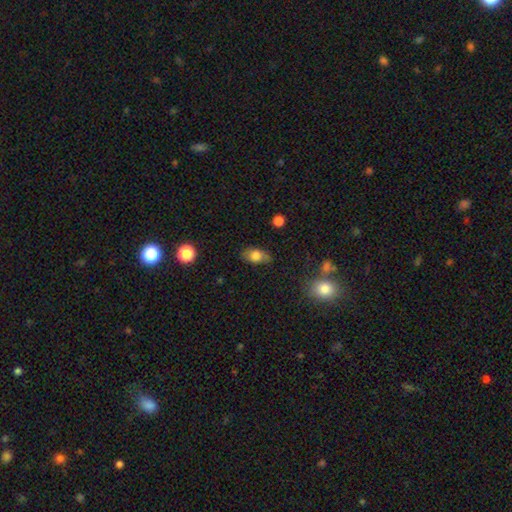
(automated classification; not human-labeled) This is likely a smooth galaxy (75%). How rounded: clearly in between (83%). Merging: likely none (74%).